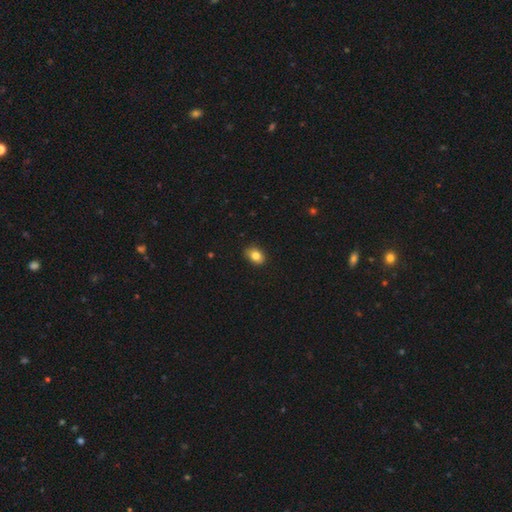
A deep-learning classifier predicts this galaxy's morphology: type=smooth (82%); roundness=in between (73%); merging=none (82%).